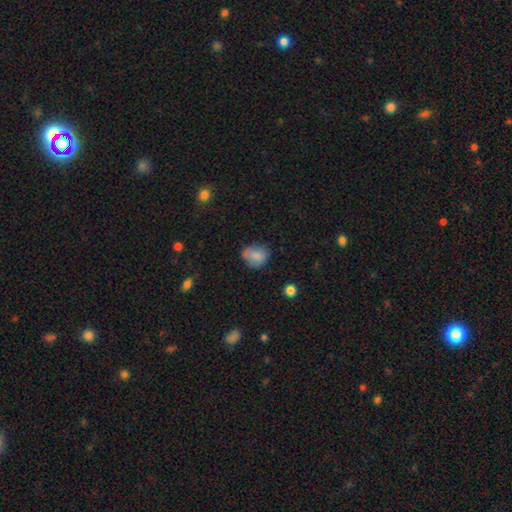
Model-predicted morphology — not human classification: Q: Smooth or featured?
A: smooth (79%); runner-up: featured or disk (11%)
Q: How rounded?
A: round (52%); runner-up: in between (47%)
Q: Merging?
A: none (61%); runner-up: minor disturbance (27%)